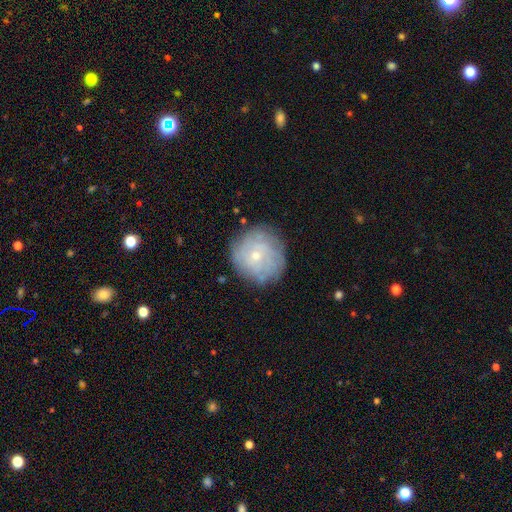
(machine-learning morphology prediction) Smooth or featured? featured or disk (56%)
Edge-on disk? no (97%)
Bar? no (82%)
Spiral arms? yes (74%)
Bulge size? small (72%)
Merging? none (79%)